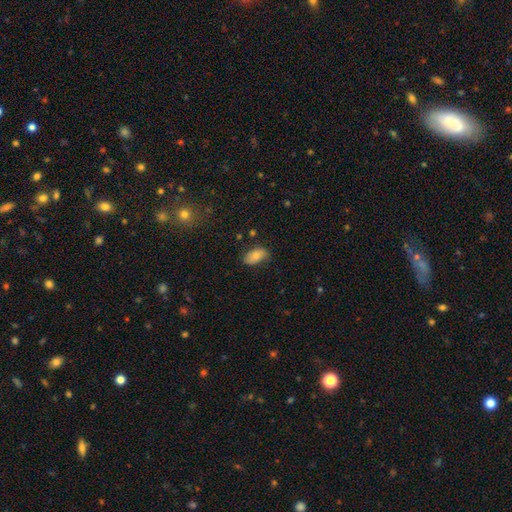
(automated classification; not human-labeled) smooth_or_featured: smooth (p=0.77) [alt: featured or disk p=0.15]
how_rounded: in between (p=0.93) [alt: round p=0.05]
merging: none (p=0.75) [alt: minor disturbance p=0.20]